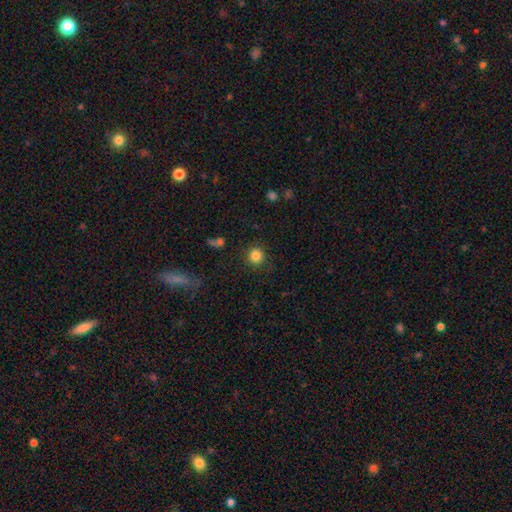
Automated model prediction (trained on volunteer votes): The model was most divided on "smooth or featured": smooth: 84%, star or artifact: 11%, featured or disk: 5%. More confident: how rounded — round (91%); merging — none (87%).